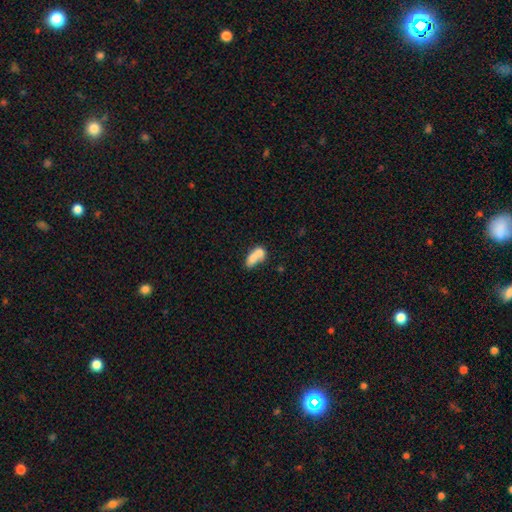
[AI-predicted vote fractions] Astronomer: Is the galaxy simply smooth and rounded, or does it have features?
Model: smooth — 68%.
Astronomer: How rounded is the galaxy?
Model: in between — 74%.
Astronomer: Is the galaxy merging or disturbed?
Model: merger — 69%.